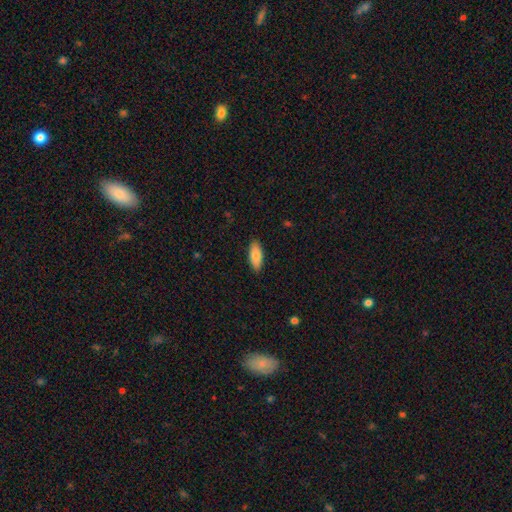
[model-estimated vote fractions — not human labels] Q: Smooth or featured?
A: smooth (82%); runner-up: featured or disk (12%)
Q: How rounded?
A: in between (80%); runner-up: cigar-shaped (18%)
Q: Merging?
A: none (88%); runner-up: minor disturbance (9%)